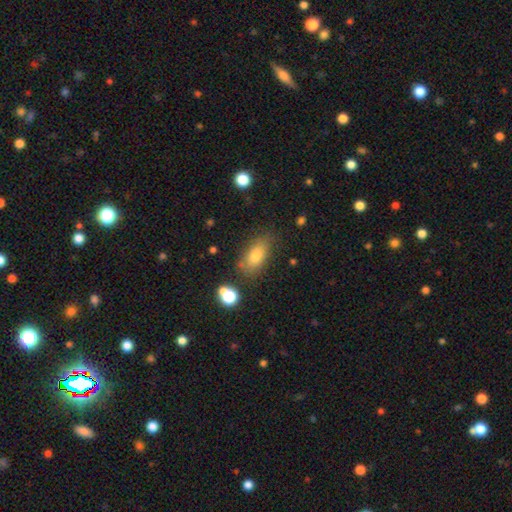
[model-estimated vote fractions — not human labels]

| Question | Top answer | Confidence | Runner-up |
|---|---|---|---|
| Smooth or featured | smooth | 77% | featured or disk (13%) |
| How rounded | in between | 85% | cigar-shaped (8%) |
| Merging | none | 74% | minor disturbance (17%) |